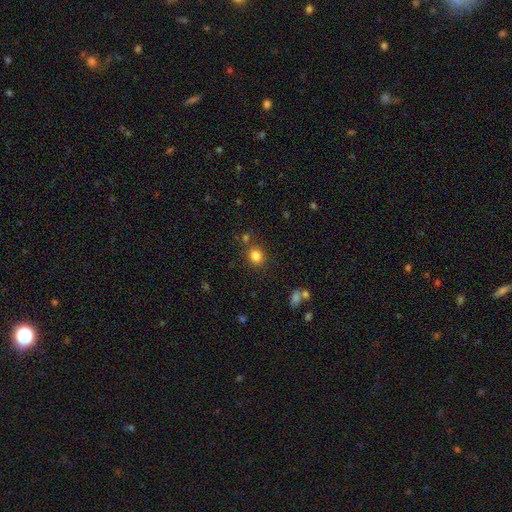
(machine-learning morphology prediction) Q: Smooth or featured?
A: smooth (82%); runner-up: star or artifact (13%)
Q: How rounded?
A: round (81%); runner-up: in between (18%)
Q: Merging?
A: none (79%); runner-up: minor disturbance (10%)